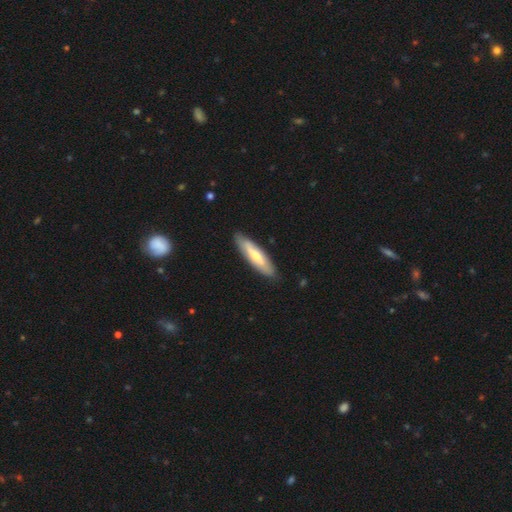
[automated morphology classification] smooth 52%, featured or disk 44%, star or artifact 5%. Down the decision tree: how rounded — cigar-shaped (67%); merging — none (87%).